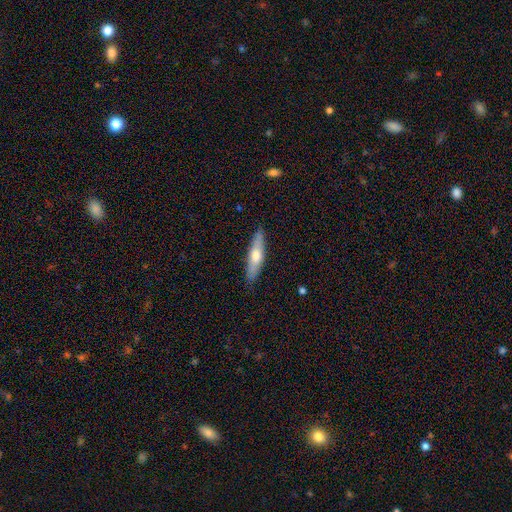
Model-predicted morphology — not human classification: The model was most divided on "smooth or featured": smooth: 56%, featured or disk: 38%, star or artifact: 6%. More confident: merging — none (87%); how rounded — cigar-shaped (73%).